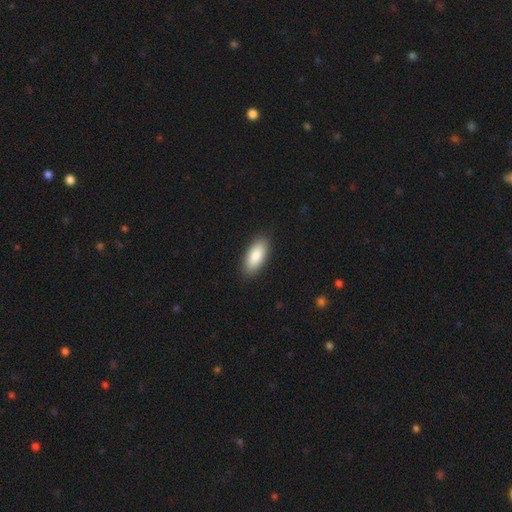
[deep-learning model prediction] Q: Smooth or featured?
A: smooth (87%); runner-up: featured or disk (7%)
Q: How rounded?
A: in between (86%); runner-up: cigar-shaped (12%)
Q: Merging?
A: none (89%); runner-up: minor disturbance (8%)